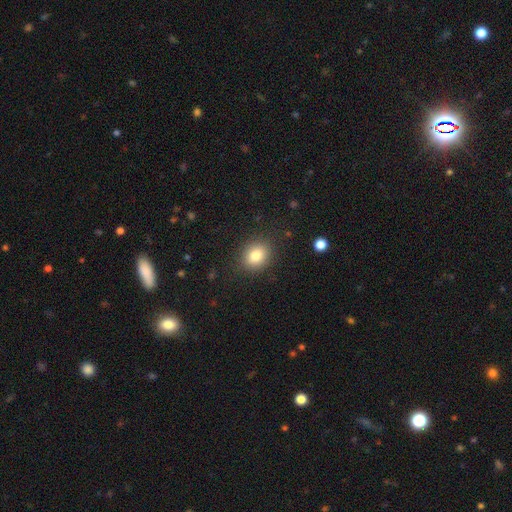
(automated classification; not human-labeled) smooth_or_featured: smooth (p=0.82) [alt: star or artifact p=0.10]
how_rounded: round (p=0.57) [alt: in between p=0.42]
merging: none (p=0.87) [alt: minor disturbance p=0.09]